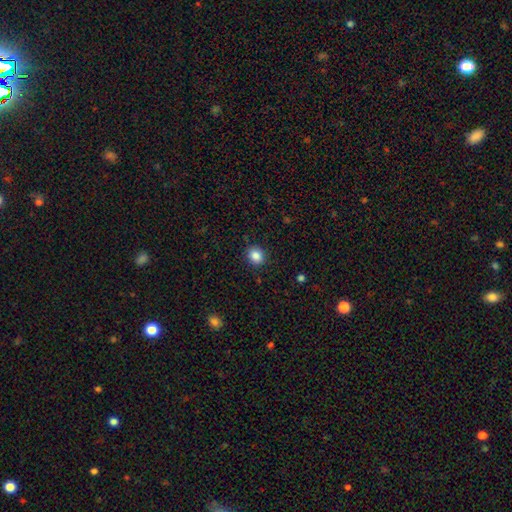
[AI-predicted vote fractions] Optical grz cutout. It shows a smooth galaxy with no disk features (86%) that is round (67%). Merging: none (88%).